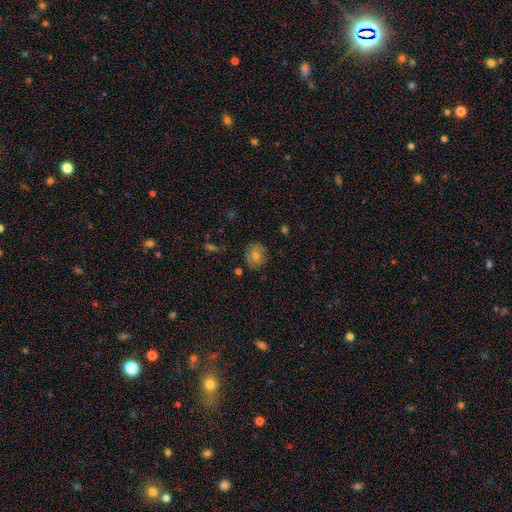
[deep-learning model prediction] Smooth or featured: smooth — 63% (featured or disk — 27%)
How rounded: round — 82% (in between — 17%)
Merging: none — 80% (minor disturbance — 15%)